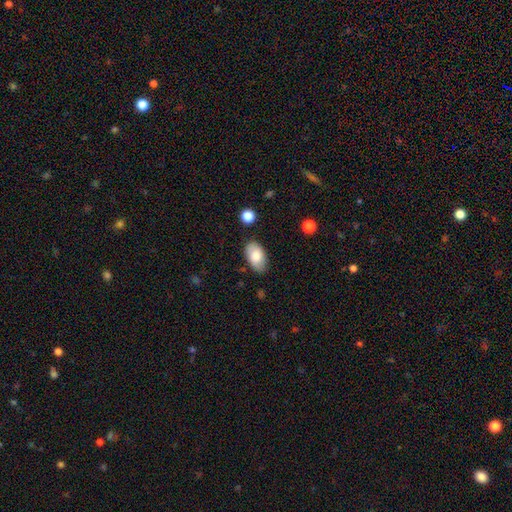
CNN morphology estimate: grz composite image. It shows a smooth galaxy with no disk features (81%) that is in between round and cigar-shaped (94%). Merging: none (79%).